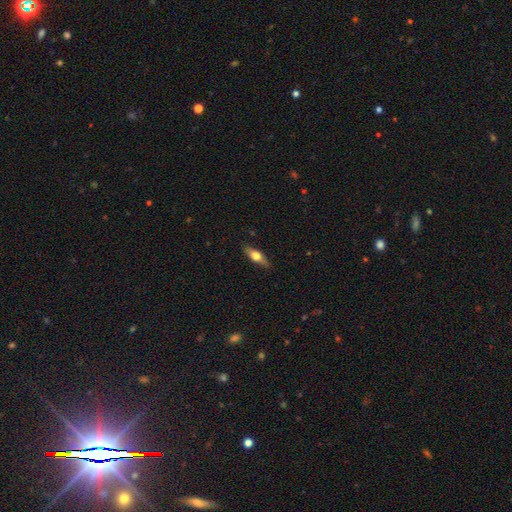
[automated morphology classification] This is possibly a smooth galaxy (51%). How rounded: possibly in between (51%). Merging: clearly none (84%).